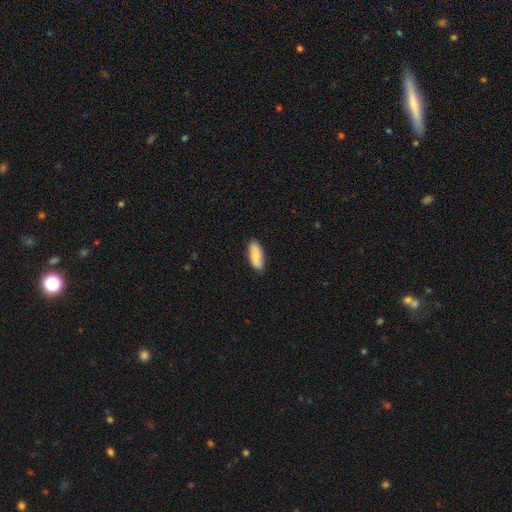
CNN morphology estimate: A smooth galaxy with no disk features (74%) that is in between round and cigar-shaped (79%). Merging: none (87%).